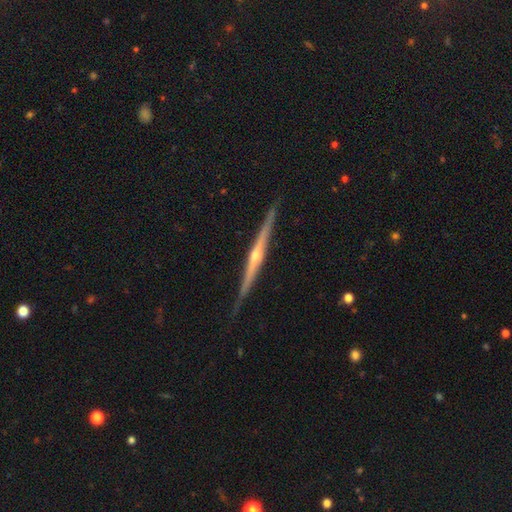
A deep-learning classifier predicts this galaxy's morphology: smooth_or_featured: featured or disk (p=0.85) [alt: smooth p=0.10]
disk_edge_on: yes (p=0.98) [alt: no p=0.02]
edge_on_bulge: rounded (p=0.83) [alt: none p=0.12]
merging: none (p=0.89) [alt: minor disturbance p=0.09]